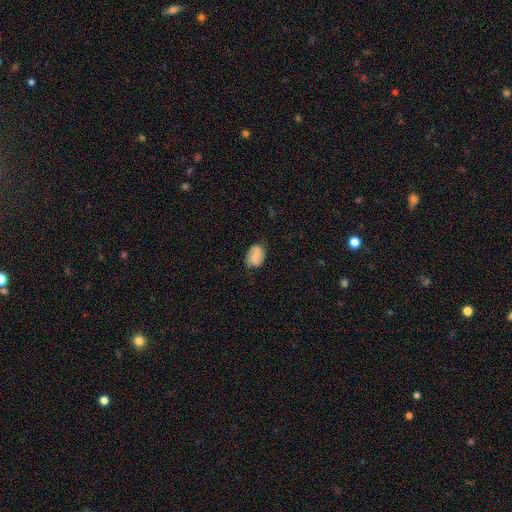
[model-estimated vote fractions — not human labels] Overall: smooth (55%; featured or disk 36%). How rounded: in between (75%). Merging: none (76%).